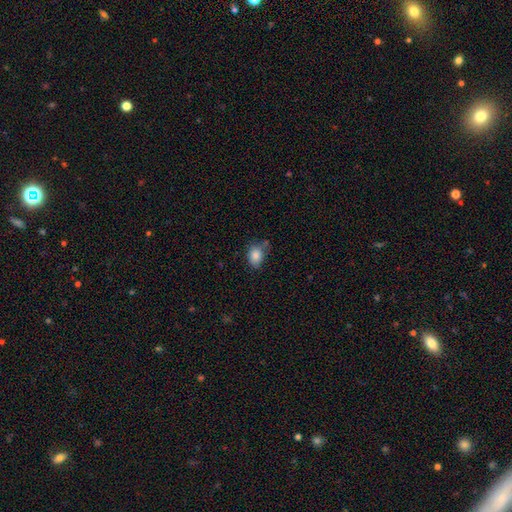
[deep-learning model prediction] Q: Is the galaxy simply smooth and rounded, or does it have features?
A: smooth — 85%.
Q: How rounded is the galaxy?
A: in between — 69%.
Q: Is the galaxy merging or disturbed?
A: none — 61%.